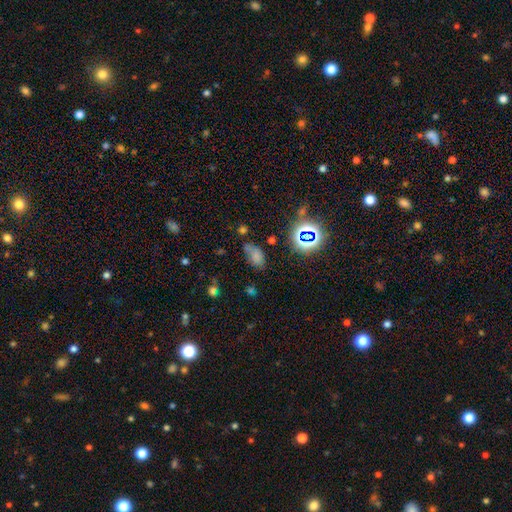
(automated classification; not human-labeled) A smooth galaxy with no disk features (62%) that is in between round and cigar-shaped (86%). Merging: none (49%).